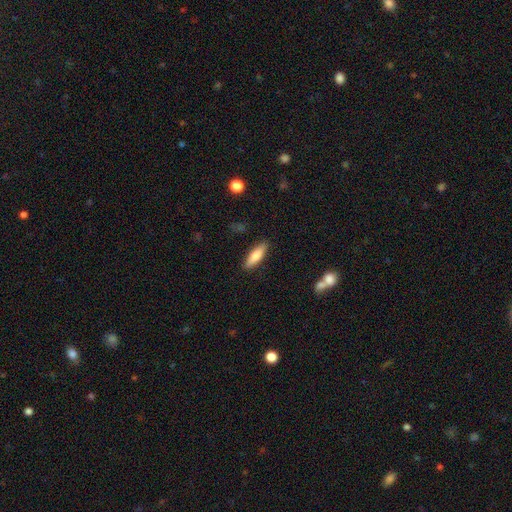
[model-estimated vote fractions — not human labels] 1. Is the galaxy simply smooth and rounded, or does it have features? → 78% smooth, 16% featured or disk, 6% star or artifact.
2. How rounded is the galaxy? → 52% cigar-shaped, 46% in between, 2% round.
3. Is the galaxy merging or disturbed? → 88% none, 8% minor disturbance, 2% major disturbance, 1% merger.